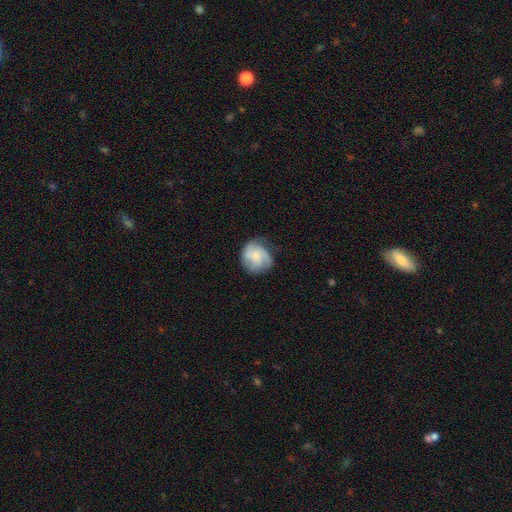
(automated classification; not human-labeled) Q: Smooth or featured?
A: featured or disk (54%); runner-up: smooth (39%)
Q: Edge-on disk?
A: no (98%); runner-up: yes (2%)
Q: Bar?
A: no (76%); runner-up: weak (21%)
Q: Spiral arms?
A: yes (88%); runner-up: no (12%)
Q: Bulge size?
A: small (47%); runner-up: moderate (36%)
Q: Merging?
A: none (66%); runner-up: minor disturbance (24%)